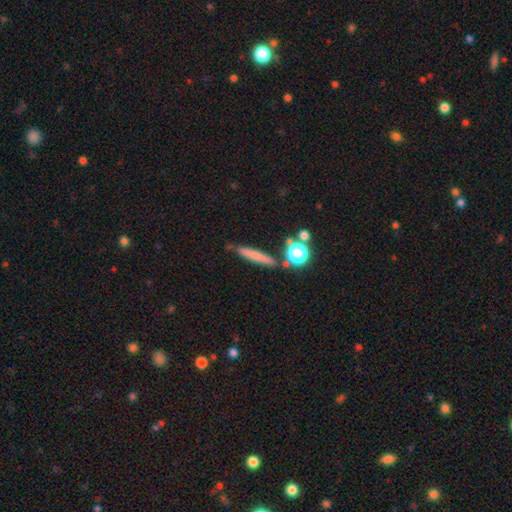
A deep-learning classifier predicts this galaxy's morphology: A smooth galaxy with no disk features (69%) that is cigar-shaped (88%). Merging: none (79%).